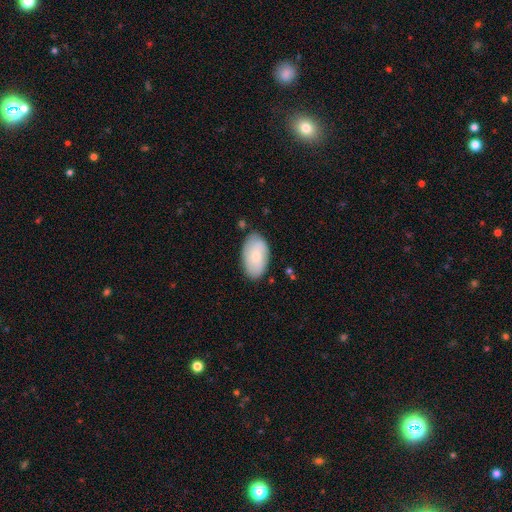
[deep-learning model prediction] Smooth or featured?
  - smooth: 73% *
  - featured or disk: 21%
  - star or artifact: 6%
How rounded?
  - in between: 95% *
  - round: 4%
  - cigar-shaped: 2%
Merging?
  - none: 79% *
  - minor disturbance: 16%
  - major disturbance: 3%
  - merger: 2%